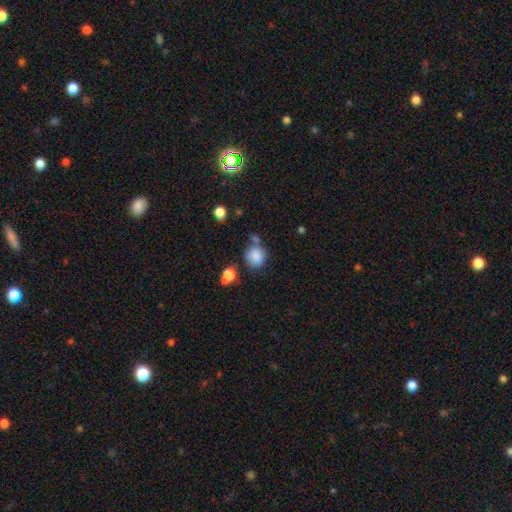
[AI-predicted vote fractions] smooth 84%, star or artifact 10%, featured or disk 6%. Down the decision tree: how rounded — round (80%); merging — none (61%).